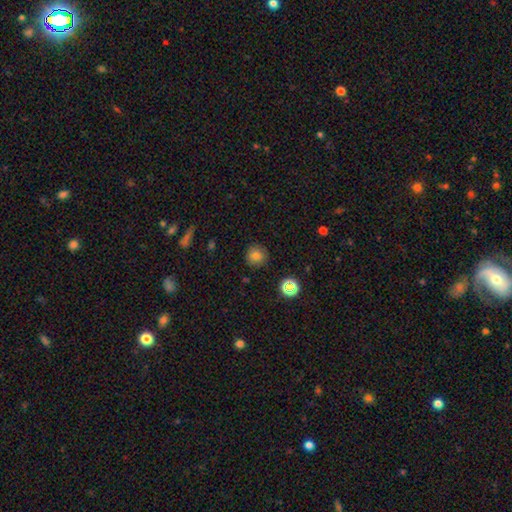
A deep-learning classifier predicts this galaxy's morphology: Smooth or featured? Predicted: smooth (p=0.79). How rounded? Predicted: round (p=0.92). Merging? Predicted: none (p=0.88).